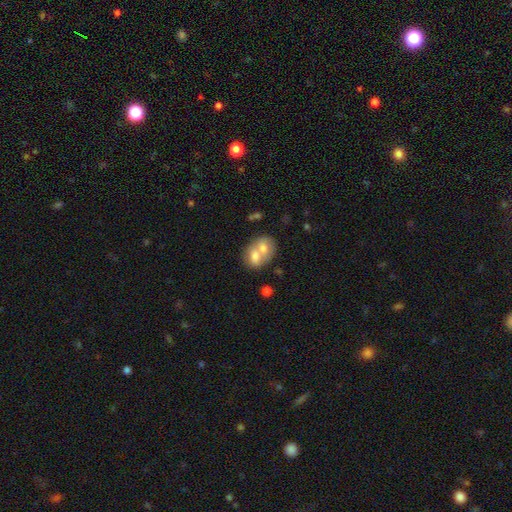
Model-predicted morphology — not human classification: Smooth or featured? Predicted: smooth (p=0.66). How rounded? Predicted: in between (p=0.60). Merging? Predicted: merger (p=0.72).